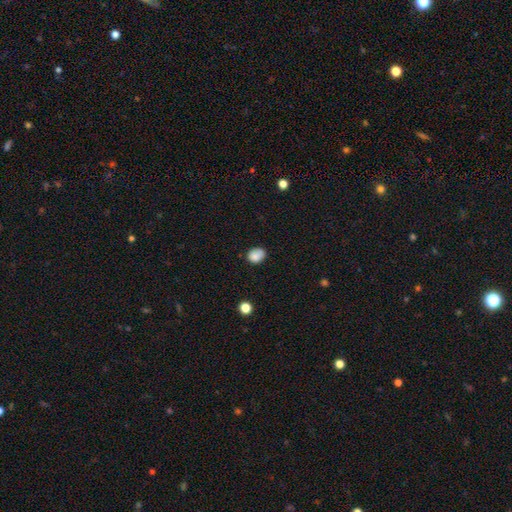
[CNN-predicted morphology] smooth_or_featured: smooth (p=0.85) [alt: star or artifact p=0.10]
how_rounded: in between (p=0.54) [alt: round p=0.45]
merging: none (p=0.75) [alt: minor disturbance p=0.20]